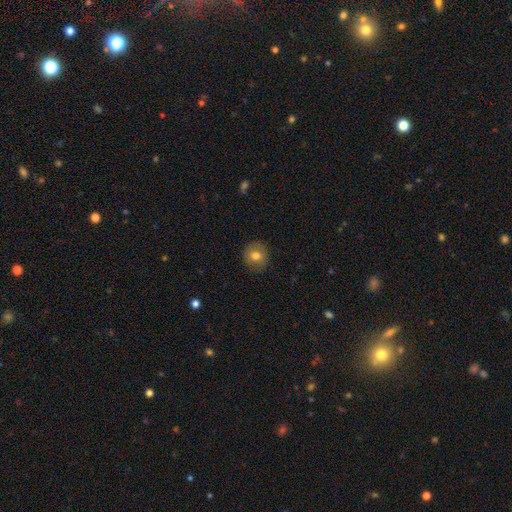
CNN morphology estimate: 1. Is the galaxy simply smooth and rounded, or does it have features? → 75% smooth, 16% featured or disk, 10% star or artifact.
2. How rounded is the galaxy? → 86% round, 13% in between, 1% cigar-shaped.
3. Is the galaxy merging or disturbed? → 87% none, 9% minor disturbance, 2% major disturbance, 1% merger.